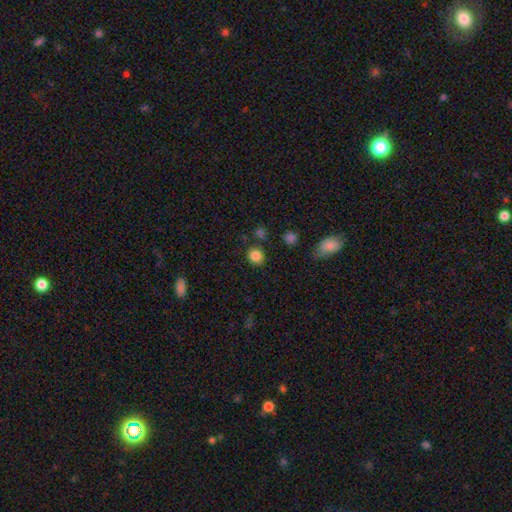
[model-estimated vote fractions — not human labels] The model was most divided on "how rounded": round: 81%, in between: 18%, cigar-shaped: 1%. More confident: smooth or featured — smooth (84%); merging — none (83%).